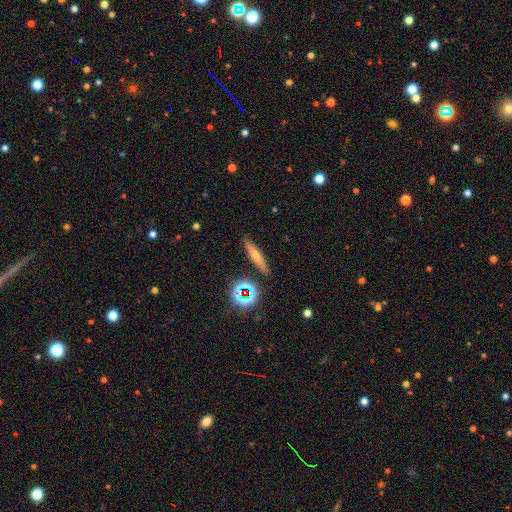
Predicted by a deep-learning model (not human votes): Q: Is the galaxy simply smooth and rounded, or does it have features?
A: featured or disk — 42%.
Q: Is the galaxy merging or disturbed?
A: none — 87%.